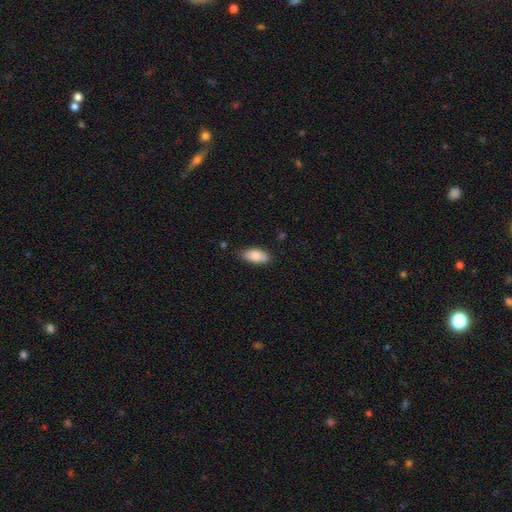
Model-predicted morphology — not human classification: smooth_or_featured: smooth (p=0.87) [alt: featured or disk p=0.07]
how_rounded: in between (p=0.90) [alt: cigar-shaped p=0.07]
merging: none (p=0.76) [alt: minor disturbance p=0.20]